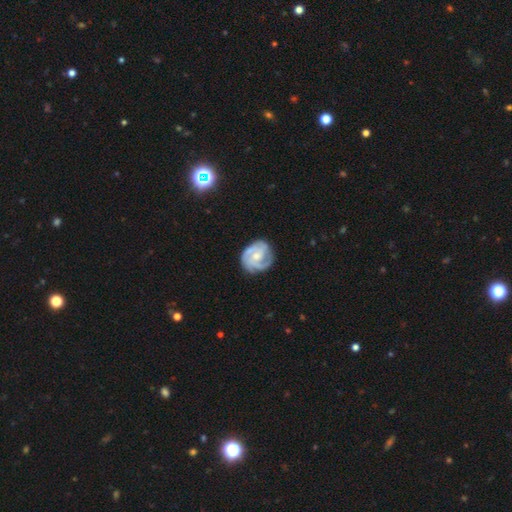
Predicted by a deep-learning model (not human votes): featured or disk 81%, smooth 14%, star or artifact 5%. Down the decision tree: edge-on disk — no (98%); bar — no (62%); spiral arms — yes (94%); spiral arm count — 3 (40%); spiral winding — tight (55%); bulge size — moderate (49%); merging — none (70%).